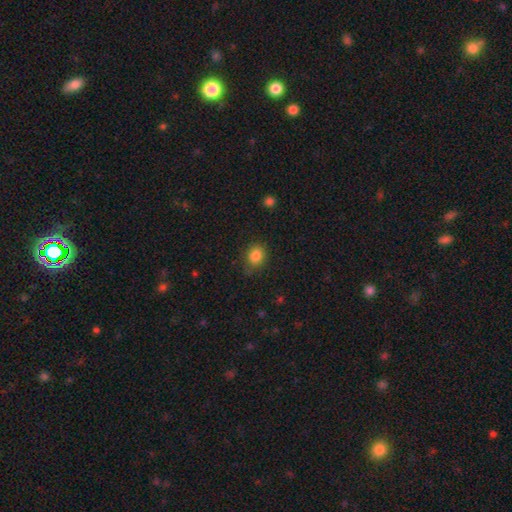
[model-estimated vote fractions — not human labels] smooth_or_featured: smooth (p=0.84) [alt: star or artifact p=0.11]
how_rounded: round (p=0.63) [alt: in between p=0.36]
merging: none (p=0.81) [alt: minor disturbance p=0.14]